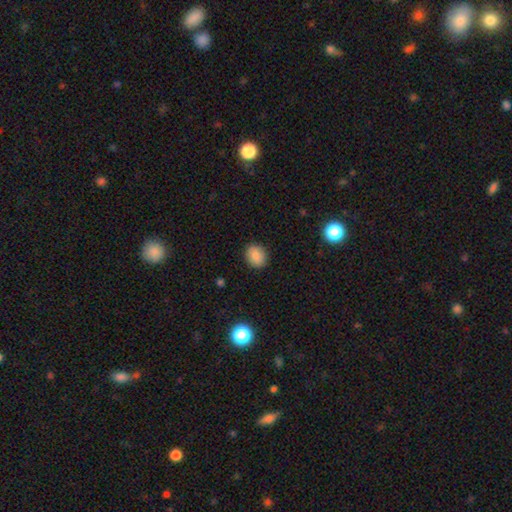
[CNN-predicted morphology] A smooth galaxy with no disk features (84%) that is round (64%). Merging: none (89%).